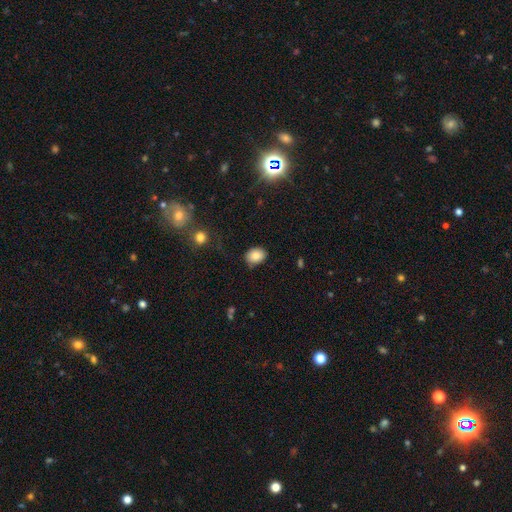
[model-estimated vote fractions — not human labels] smooth-or-featured: smooth: 85% | star or artifact: 9% | featured or disk: 6%
  how-rounded: in between: 67% | round: 32% | cigar-shaped: 1%
  merging: none: 80% | minor disturbance: 14% | major disturbance: 3% | merger: 2%